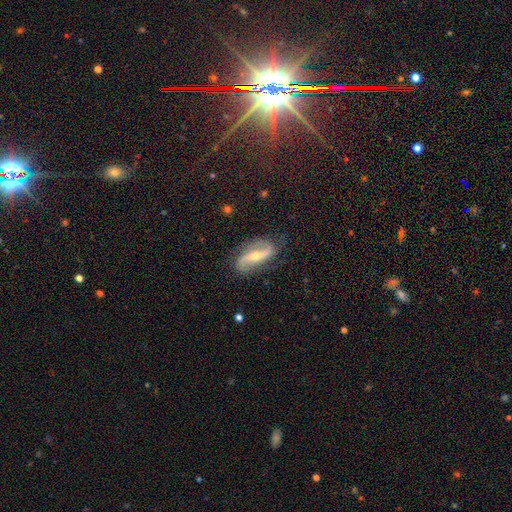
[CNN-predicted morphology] Overall: featured or disk (85%). Edge-on disk: no (93%). Bar: strong (42%; weak 29%). Spiral arms: yes (95%). Spiral arm count: 2 (92%). Spiral winding: loose (57%; medium 31%). Bulge size: small (52%; moderate 44%). Merging: none (77%).